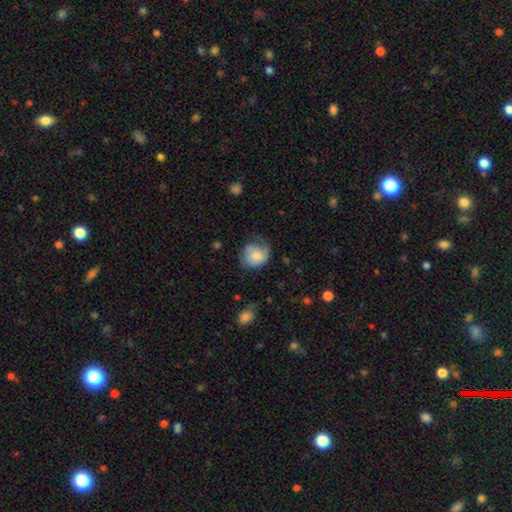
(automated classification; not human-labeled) smooth_or_featured: smooth (p=0.70) [alt: featured or disk p=0.23]
how_rounded: round (p=0.63) [alt: in between p=0.36]
merging: none (p=0.46) [alt: minor disturbance p=0.35]